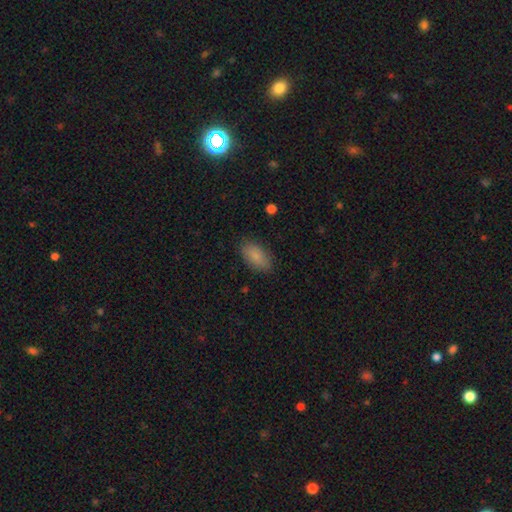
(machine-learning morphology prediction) The model was most divided on "merging": none: 85%, minor disturbance: 12%, major disturbance: 3%, merger: 1%. More confident: how rounded — in between (93%); smooth or featured — smooth (85%).